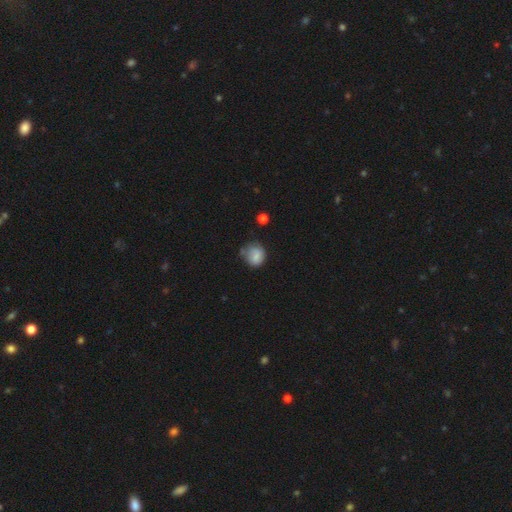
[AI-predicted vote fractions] This appears to be a smooth galaxy with no disk features (74%) that is round (74%). Merging: none (53%).